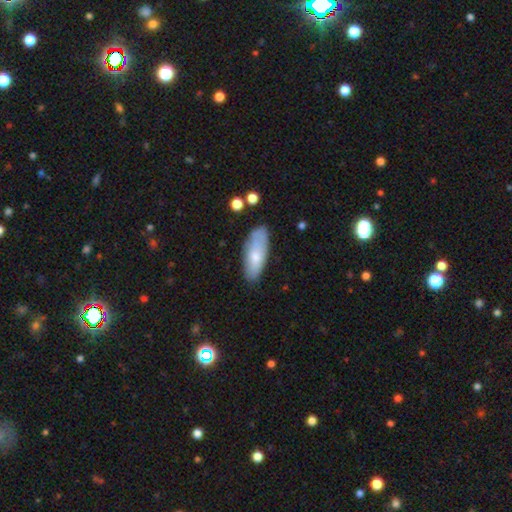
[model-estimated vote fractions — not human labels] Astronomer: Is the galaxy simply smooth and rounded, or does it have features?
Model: smooth — 68%.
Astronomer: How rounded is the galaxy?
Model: in between — 74%.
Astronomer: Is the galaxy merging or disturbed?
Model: none — 72%.